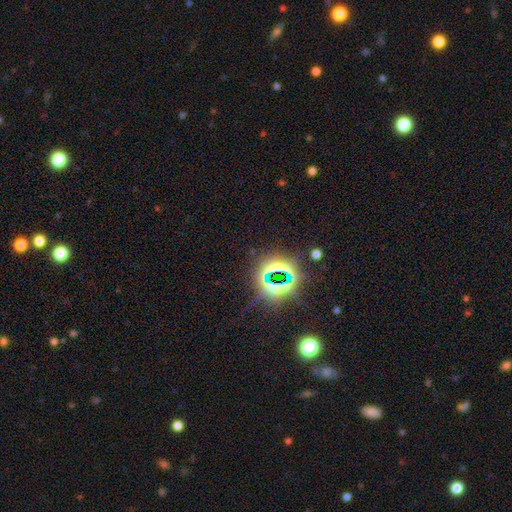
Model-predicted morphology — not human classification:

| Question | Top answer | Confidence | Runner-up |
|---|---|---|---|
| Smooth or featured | star or artifact | 75% | smooth (15%) |